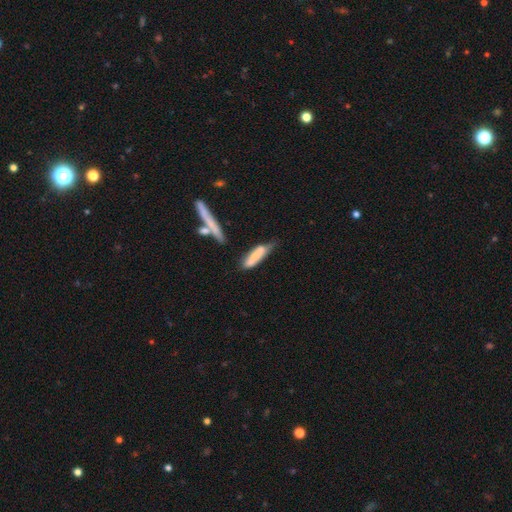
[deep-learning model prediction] Q: Smooth or featured?
A: smooth (70%); runner-up: featured or disk (23%)
Q: How rounded?
A: cigar-shaped (72%); runner-up: in between (26%)
Q: Merging?
A: none (41%); runner-up: minor disturbance (35%)